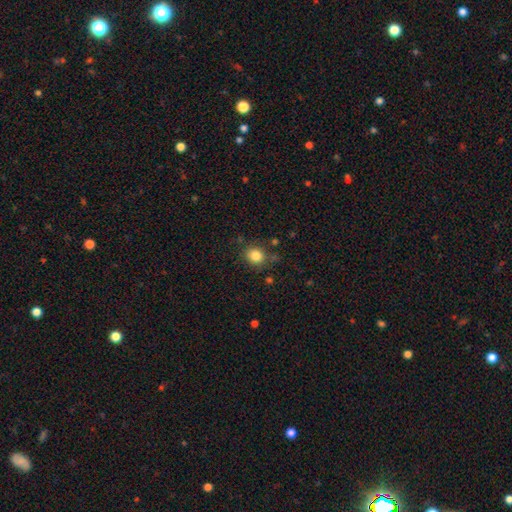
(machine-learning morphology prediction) A smooth galaxy with no disk features (84%) that is round (78%). Merging: none (81%).